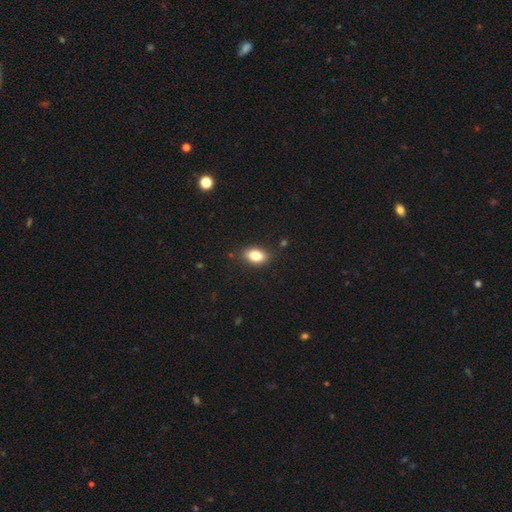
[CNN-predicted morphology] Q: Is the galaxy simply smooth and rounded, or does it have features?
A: smooth — 82%.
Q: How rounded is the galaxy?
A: in between — 86%.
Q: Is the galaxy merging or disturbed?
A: none — 85%.